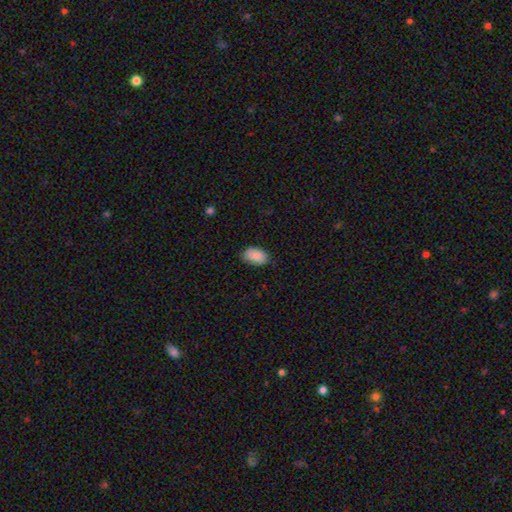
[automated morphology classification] smooth 88%, star or artifact 6%, featured or disk 5%. Down the decision tree: how rounded — in between (92%); merging — none (77%).